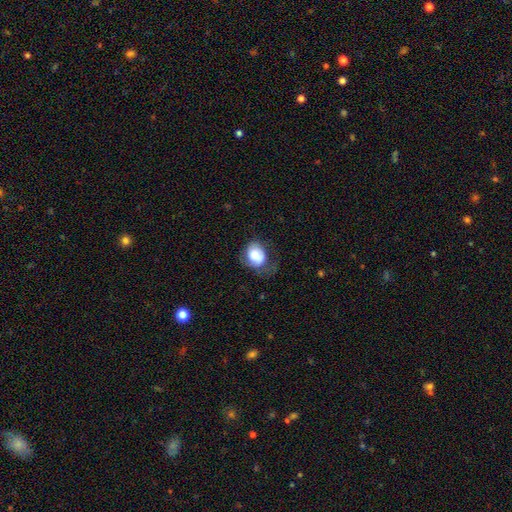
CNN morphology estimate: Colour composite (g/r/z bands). It shows a smooth galaxy with no disk features (76%) that is in between round and cigar-shaped (59%). Merging: none (42%).